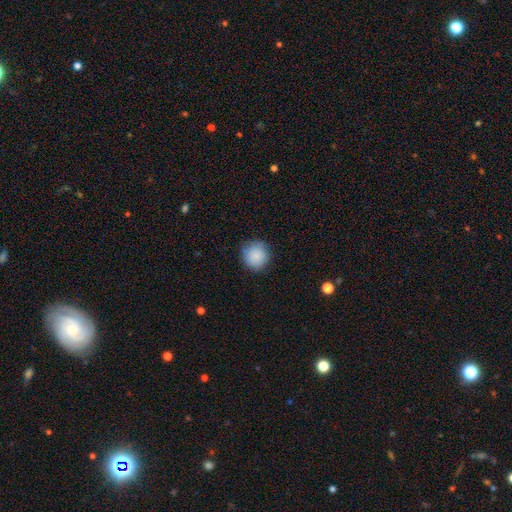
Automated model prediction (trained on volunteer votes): This is clearly a smooth galaxy (87%). How rounded: clearly round (94%). Merging: clearly none (85%).